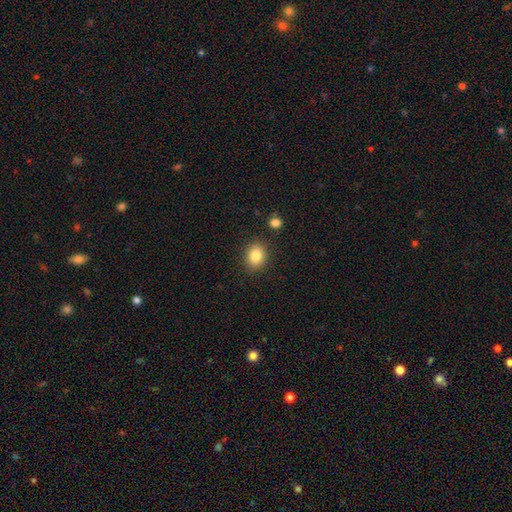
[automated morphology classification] This appears to be a smooth galaxy with no disk features (84%) that is round (54%). Merging: none (87%).